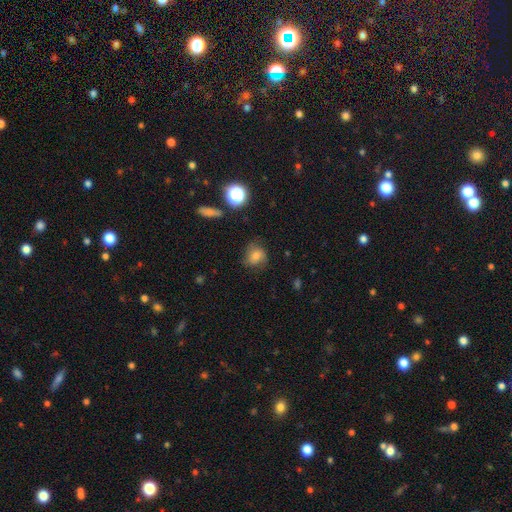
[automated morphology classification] A smooth galaxy with no disk features (62%) that is round (73%). Merging: none (67%).